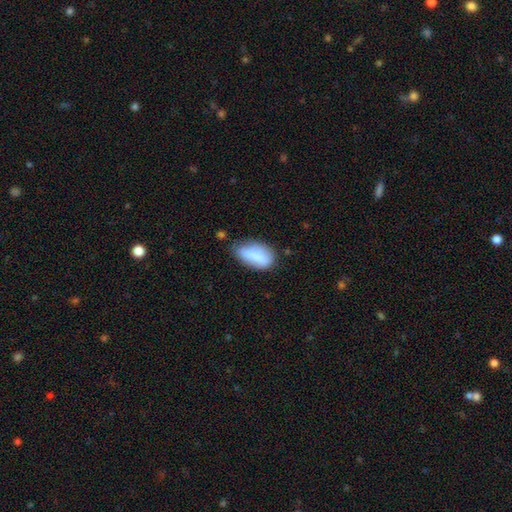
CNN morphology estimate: A smooth galaxy with no disk features (77%) that is in between round and cigar-shaped (89%).

Vote fractions:
- Smooth or featured? smooth: 77% / featured or disk: 15% / star or artifact: 7%
- How rounded? in between: 89% / cigar-shaped: 7% / round: 4%
- Merging? none: 54% / minor disturbance: 32% / major disturbance: 9% / merger: 5%